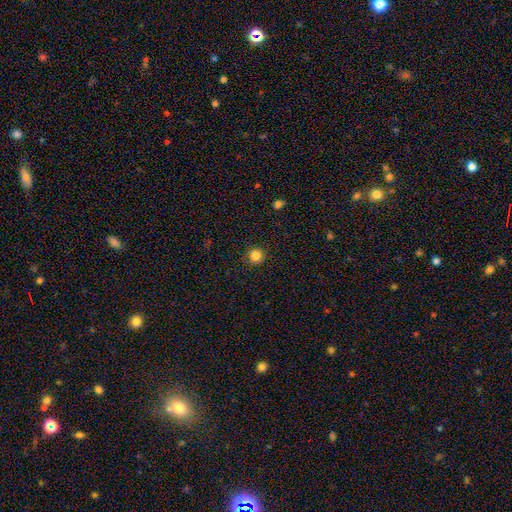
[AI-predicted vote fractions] Smooth or featured? Predicted: smooth (p=0.84). How rounded? Predicted: round (p=0.94). Merging? Predicted: none (p=0.92).